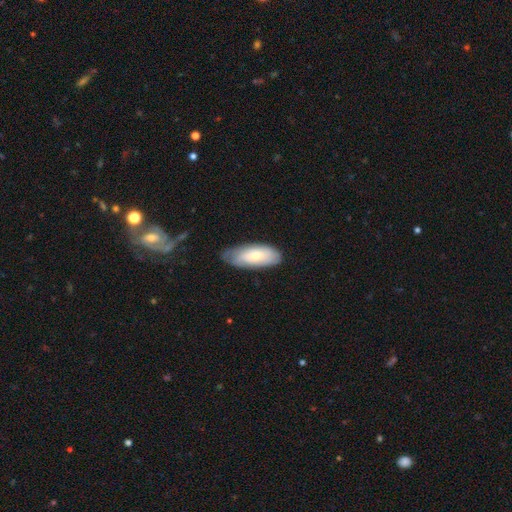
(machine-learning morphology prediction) Q: Smooth or featured?
A: smooth (65%); runner-up: featured or disk (30%)
Q: How rounded?
A: in between (83%); runner-up: cigar-shaped (15%)
Q: Merging?
A: none (62%); runner-up: minor disturbance (30%)